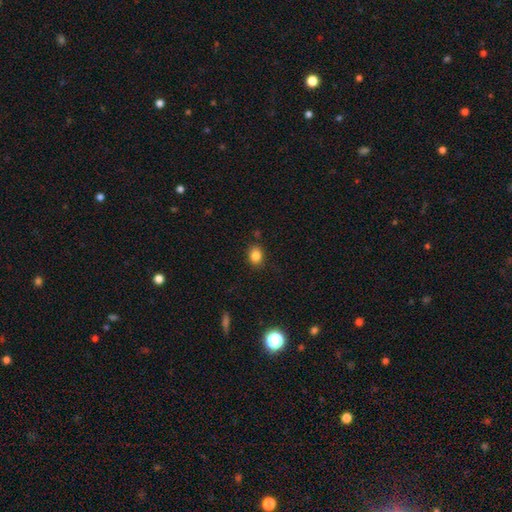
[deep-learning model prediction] This is clearly a smooth galaxy (84%). How rounded: possibly round (53%). Merging: clearly none (83%).